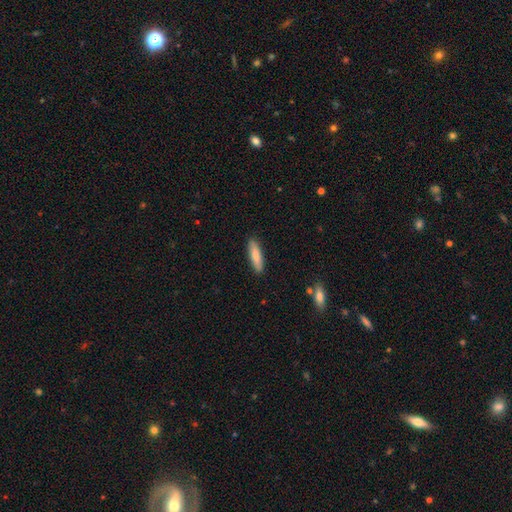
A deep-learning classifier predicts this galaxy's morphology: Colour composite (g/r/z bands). It shows a smooth galaxy with no disk features (80%) that is cigar-shaped (70%). Merging: none (89%).